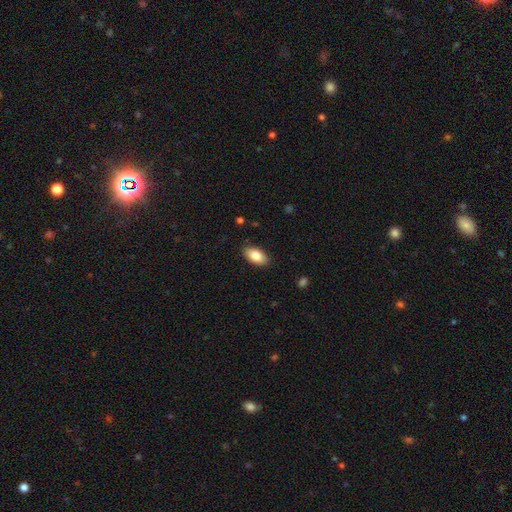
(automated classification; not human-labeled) smooth-or-featured: smooth: 83% | featured or disk: 10% | star or artifact: 7%
  how-rounded: in between: 93% | round: 3% | cigar-shaped: 3%
  merging: none: 88% | minor disturbance: 9% | major disturbance: 2% | merger: 1%